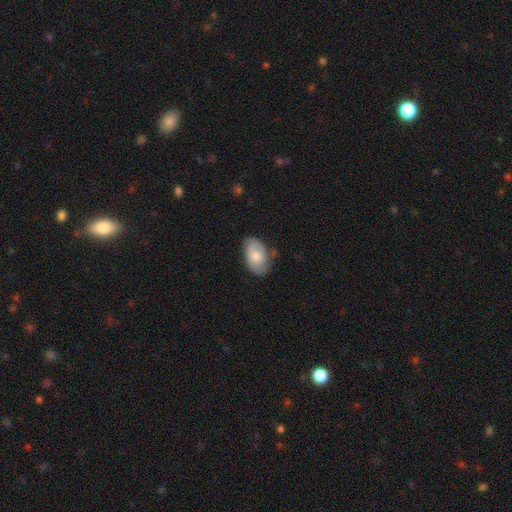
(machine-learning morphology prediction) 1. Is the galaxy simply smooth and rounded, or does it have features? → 67% smooth, 27% featured or disk, 6% star or artifact.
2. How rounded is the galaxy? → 91% in between, 7% round, 1% cigar-shaped.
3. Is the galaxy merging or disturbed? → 72% none, 21% minor disturbance, 4% major disturbance, 2% merger.